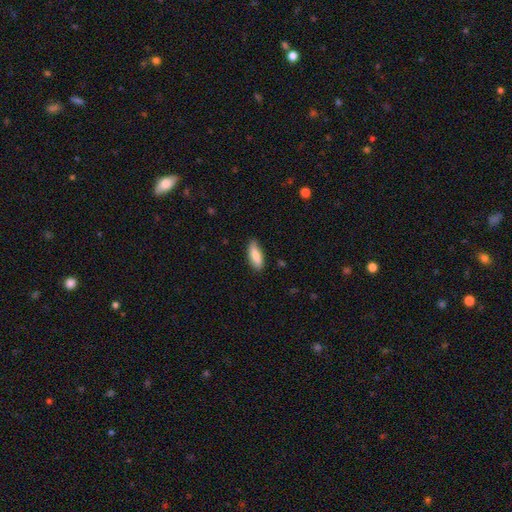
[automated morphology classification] Smooth or featured? Predicted: smooth (p=0.81). How rounded? Predicted: in between (p=0.68). Merging? Predicted: none (p=0.81).